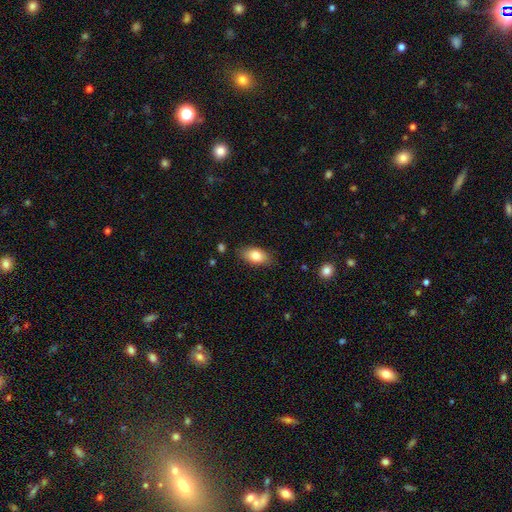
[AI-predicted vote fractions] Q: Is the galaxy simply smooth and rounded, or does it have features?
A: smooth — 82%.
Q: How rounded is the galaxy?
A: in between — 90%.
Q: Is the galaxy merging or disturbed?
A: none — 83%.